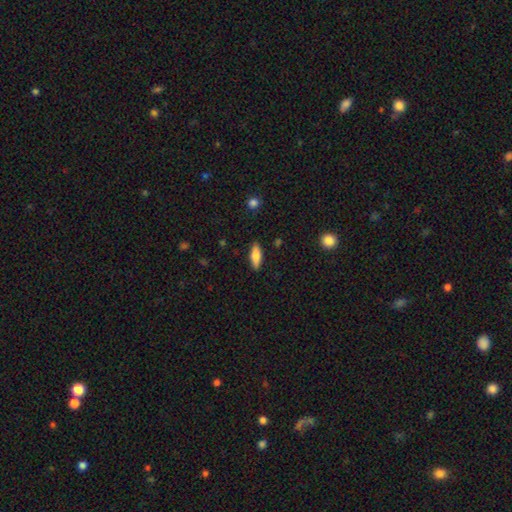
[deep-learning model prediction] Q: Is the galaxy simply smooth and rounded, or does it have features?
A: smooth — 78%.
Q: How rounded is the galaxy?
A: in between — 65%.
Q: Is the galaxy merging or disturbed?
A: none — 87%.